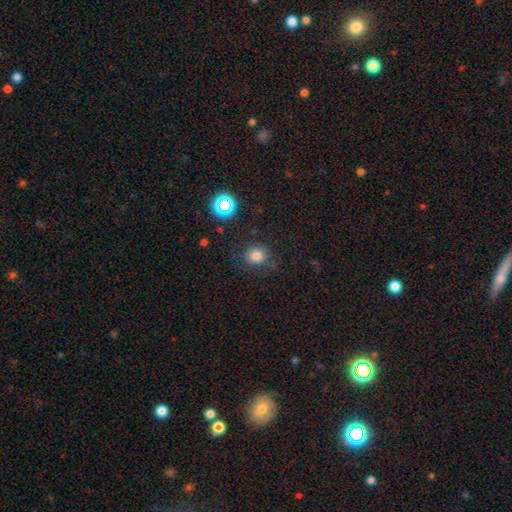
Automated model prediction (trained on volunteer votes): The model was most divided on "smooth or featured": smooth: 75%, star or artifact: 17%, featured or disk: 7%. More confident: how rounded — round (84%); merging — none (80%).